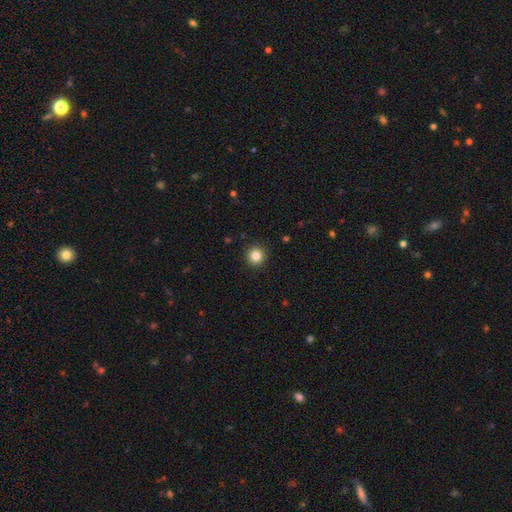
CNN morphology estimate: smooth 84%, star or artifact 11%, featured or disk 5%. Down the decision tree: how rounded — round (94%); merging — none (93%).